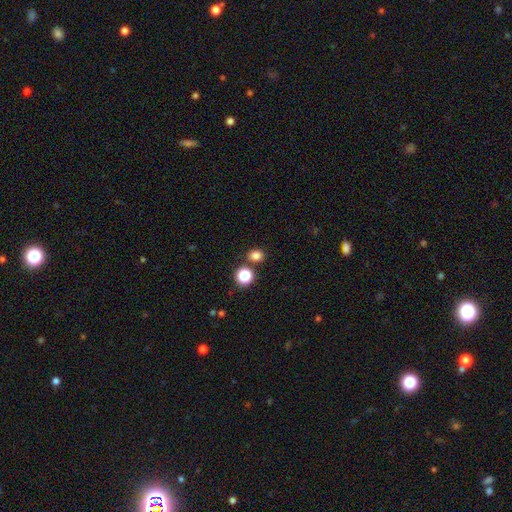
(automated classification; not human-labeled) Overall: smooth (79%). How rounded: round (65%; in between 34%). Merging: none (78%).